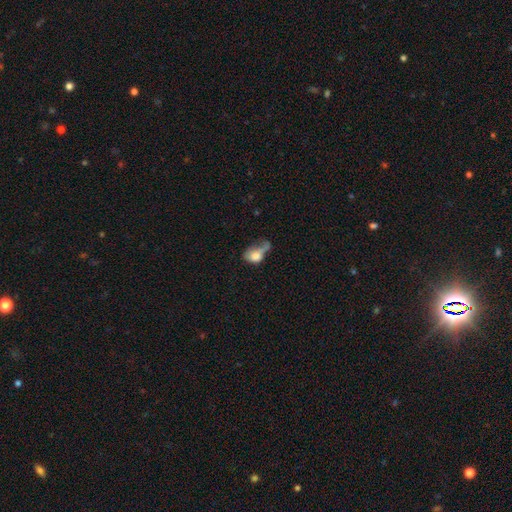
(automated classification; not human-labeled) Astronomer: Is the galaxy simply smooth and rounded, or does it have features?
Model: smooth — 70%.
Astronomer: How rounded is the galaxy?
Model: in between — 73%.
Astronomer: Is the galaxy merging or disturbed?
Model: major disturbance — 33% (runner-up: merger, 30%).